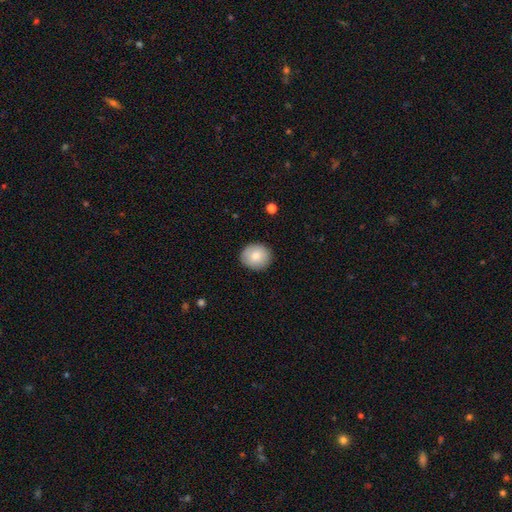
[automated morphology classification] smooth_or_featured: smooth (p=0.83) [alt: featured or disk p=0.10]
how_rounded: round (p=0.80) [alt: in between p=0.19]
merging: none (p=0.89) [alt: minor disturbance p=0.08]